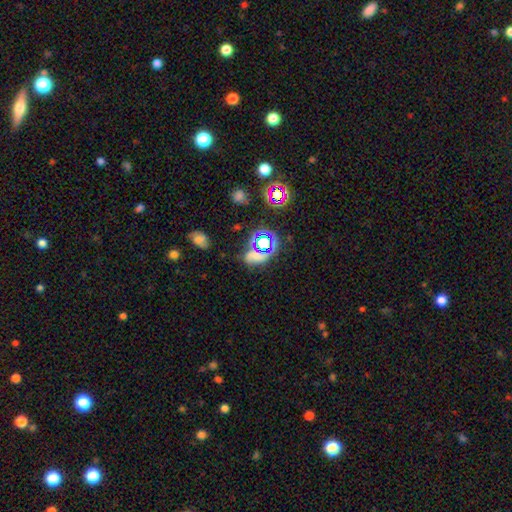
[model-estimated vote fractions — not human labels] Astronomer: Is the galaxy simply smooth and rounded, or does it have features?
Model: star or artifact — 48% (runner-up: smooth, 37%).